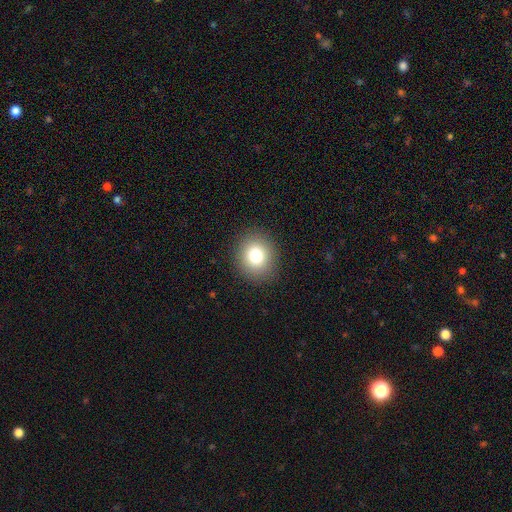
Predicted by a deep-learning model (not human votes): smooth_or_featured: smooth (p=0.79) [alt: star or artifact p=0.11]
how_rounded: round (p=0.79) [alt: in between p=0.20]
merging: none (p=0.90) [alt: minor disturbance p=0.07]